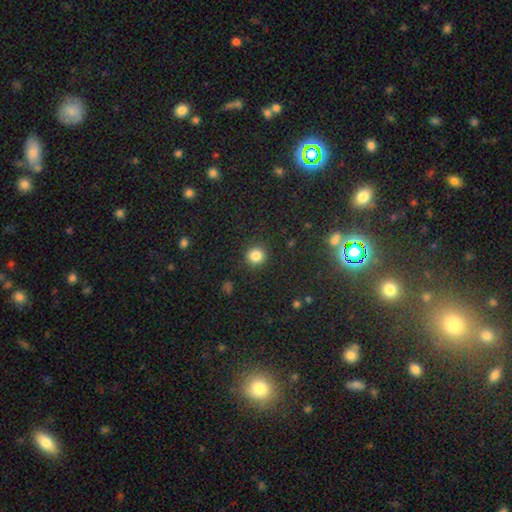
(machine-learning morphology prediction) A smooth galaxy with no disk features (84%) that is round (93%).

Vote fractions:
- Smooth or featured? smooth: 84% / star or artifact: 12% / featured or disk: 4%
- How rounded? round: 93% / in between: 6% / cigar-shaped: 1%
- Merging? none: 90% / minor disturbance: 6% / major disturbance: 3% / merger: 1%